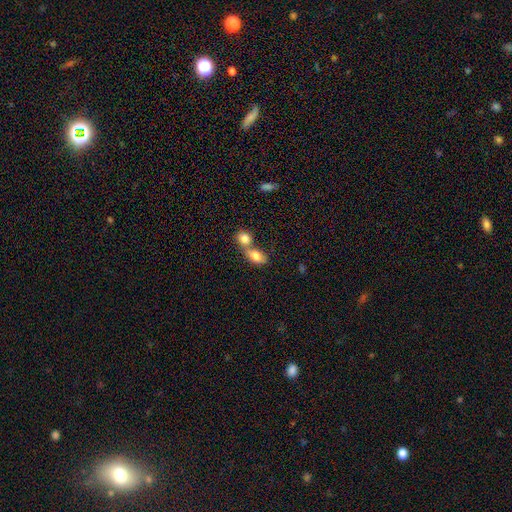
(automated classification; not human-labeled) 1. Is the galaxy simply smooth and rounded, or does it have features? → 81% smooth, 11% featured or disk, 8% star or artifact.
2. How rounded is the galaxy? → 79% in between, 18% round, 3% cigar-shaped.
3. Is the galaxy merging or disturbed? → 64% merger, 26% none, 7% minor disturbance, 3% major disturbance.